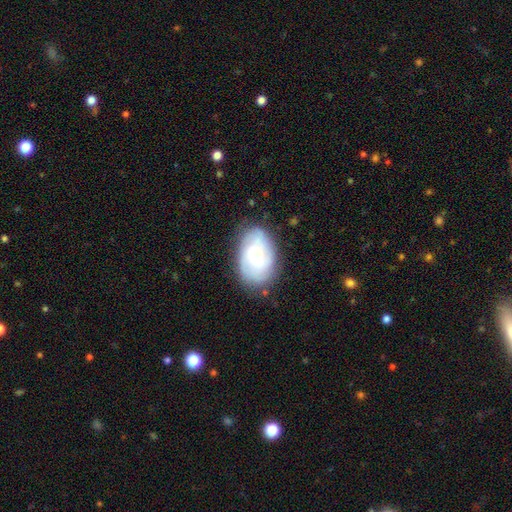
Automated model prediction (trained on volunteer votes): featured or disk 59%, smooth 33%, star or artifact 7%. Down the decision tree: edge-on disk — no (97%); bar — no (46%); spiral arms — yes (88%); spiral arm count — can't tell (36%); spiral winding — tight (50%); bulge size — small (48%); merging — none (76%).